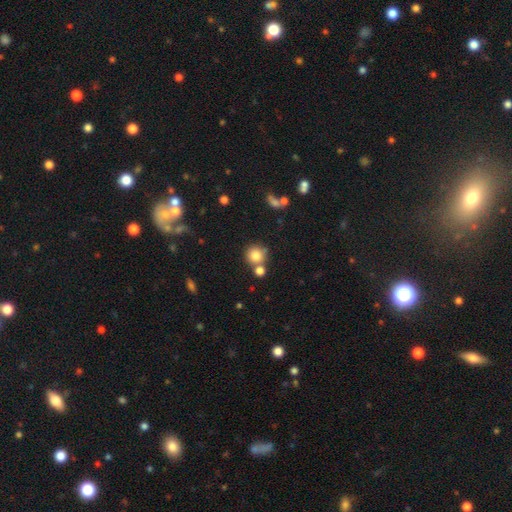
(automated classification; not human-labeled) This appears to be a smooth galaxy with no disk features (81%) that is round (90%). Merging: none (62%).